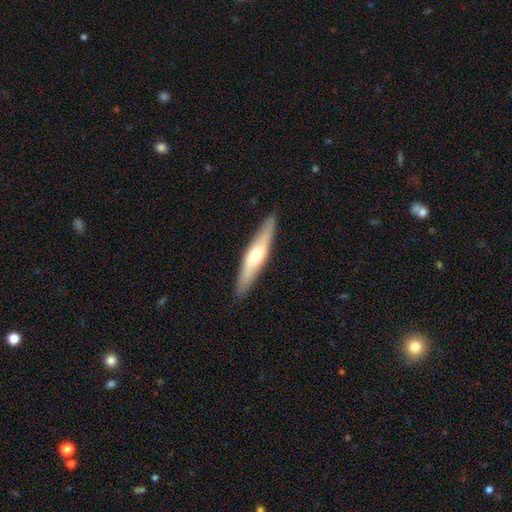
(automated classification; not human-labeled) Smooth or featured: featured or disk — 51% (smooth — 44%)
Edge-on disk: yes — 83% (no — 17%)
Merging: none — 89% (minor disturbance — 8%)